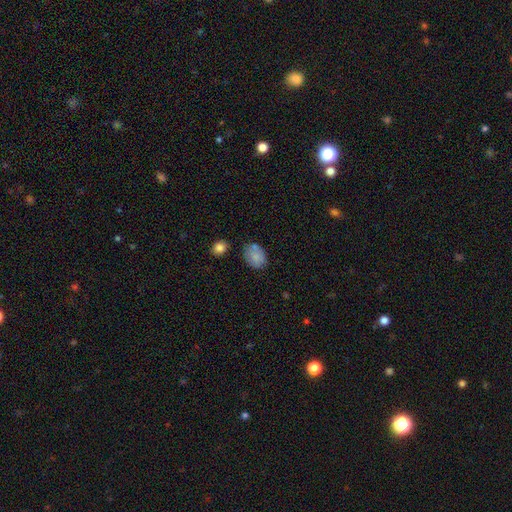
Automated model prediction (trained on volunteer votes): smooth_or_featured: smooth (p=0.81) [alt: featured or disk p=0.11]
how_rounded: in between (p=0.68) [alt: round p=0.31]
merging: none (p=0.60) [alt: minor disturbance p=0.22]